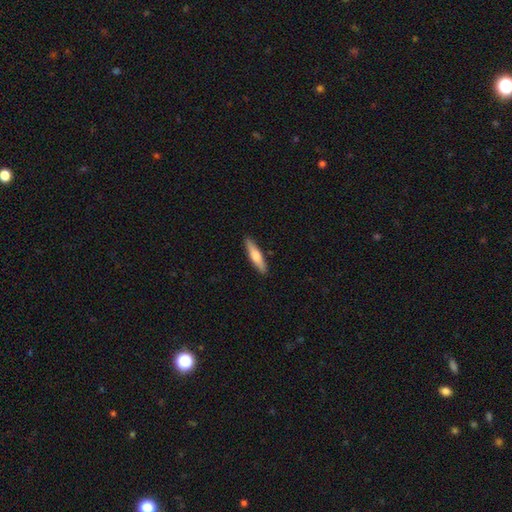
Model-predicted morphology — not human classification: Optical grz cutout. It shows a smooth galaxy with no disk features (60%) that is cigar-shaped (83%). Merging: none (90%).